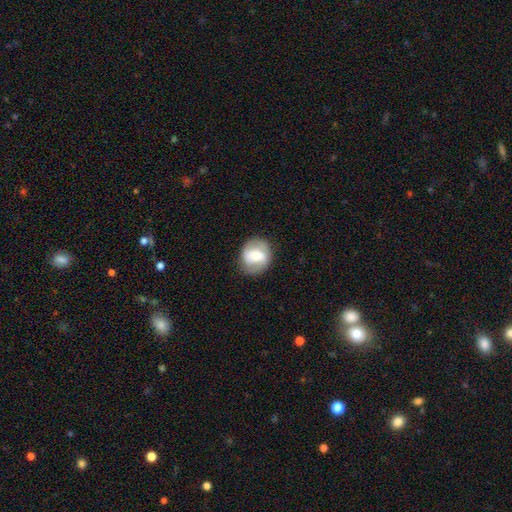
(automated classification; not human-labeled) smooth_or_featured: featured or disk (p=0.55) [alt: smooth p=0.38]
disk_edge_on: no (p=0.96) [alt: yes p=0.04]
bar: weak (p=0.40) [alt: strong p=0.33]
has_spiral_arms: yes (p=0.70) [alt: no p=0.30]
bulge_size: moderate (p=0.59) [alt: small p=0.27]
merging: none (p=0.81) [alt: minor disturbance p=0.13]